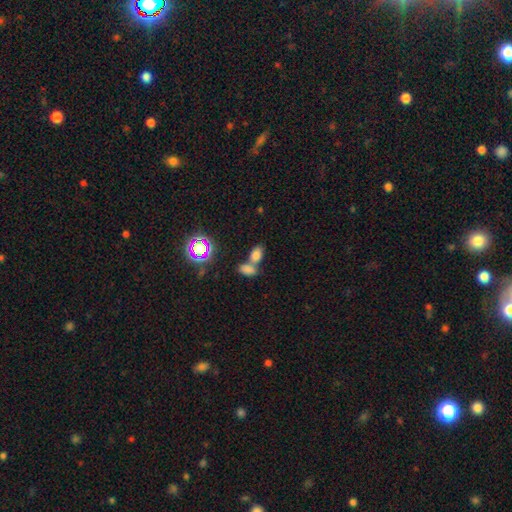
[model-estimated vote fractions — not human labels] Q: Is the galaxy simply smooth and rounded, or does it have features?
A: smooth — 75%.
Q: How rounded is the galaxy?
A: in between — 89%.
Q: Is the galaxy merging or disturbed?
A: merger — 58%.